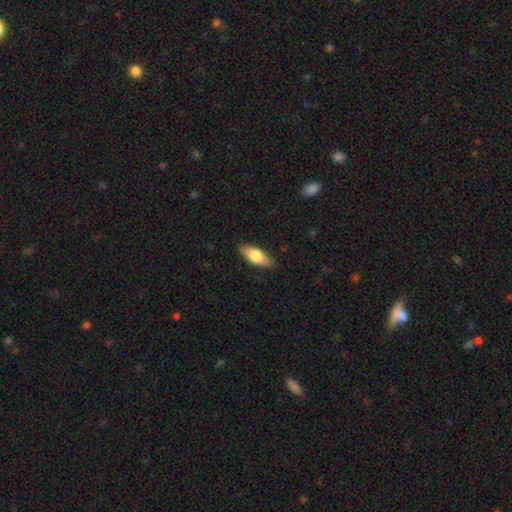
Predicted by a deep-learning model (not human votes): smooth-or-featured: smooth: 71% | featured or disk: 23% | star or artifact: 6%
  how-rounded: in between: 76% | cigar-shaped: 22% | round: 3%
  merging: none: 87% | minor disturbance: 10% | major disturbance: 2% | merger: 1%